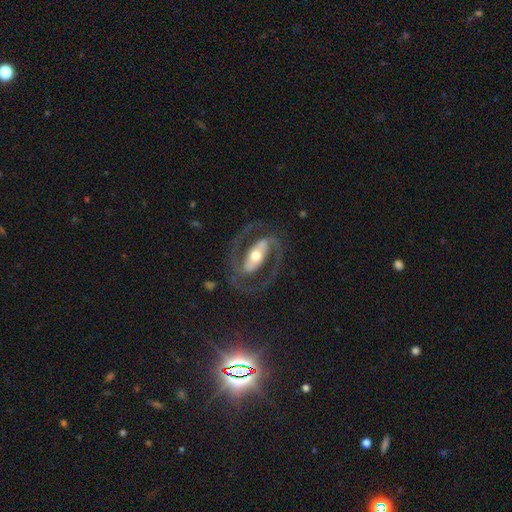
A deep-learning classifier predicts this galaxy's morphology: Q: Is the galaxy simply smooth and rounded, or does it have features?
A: featured or disk — 88%.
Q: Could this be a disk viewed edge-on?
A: no — 95%.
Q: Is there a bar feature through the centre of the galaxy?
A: strong — 62%.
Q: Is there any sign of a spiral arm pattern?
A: yes — 89%.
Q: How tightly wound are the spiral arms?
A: medium — 55%.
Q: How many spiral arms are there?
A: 2 — 91%.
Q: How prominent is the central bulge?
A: moderate — 67%.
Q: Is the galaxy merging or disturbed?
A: none — 77%.